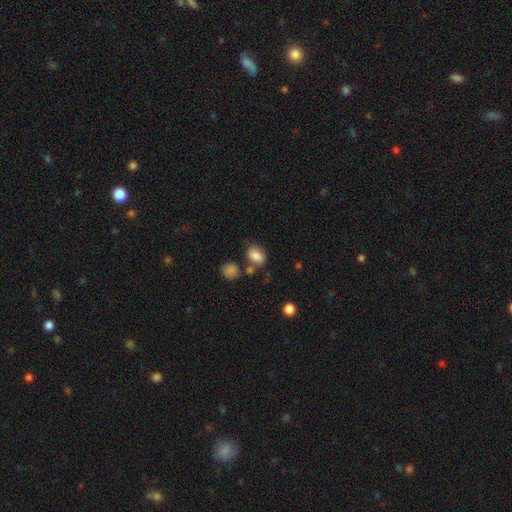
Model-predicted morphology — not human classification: smooth-or-featured: smooth: 82% | star or artifact: 10% | featured or disk: 8%
  how-rounded: in between: 78% | round: 21% | cigar-shaped: 2%
  merging: none: 58% | minor disturbance: 19% | merger: 16% | major disturbance: 7%